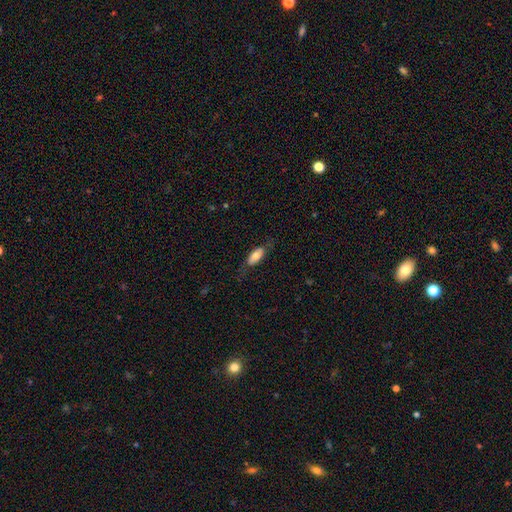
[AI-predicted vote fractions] Q: Smooth or featured?
A: smooth (68%); runner-up: featured or disk (26%)
Q: How rounded?
A: in between (81%); runner-up: cigar-shaped (17%)
Q: Merging?
A: none (71%); runner-up: minor disturbance (19%)